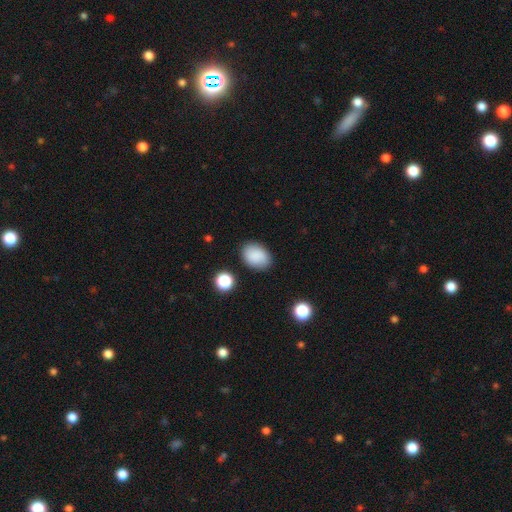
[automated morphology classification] Smooth or featured: smooth — 85% (star or artifact — 9%)
How rounded: in between — 76% (round — 22%)
Merging: none — 83% (minor disturbance — 11%)